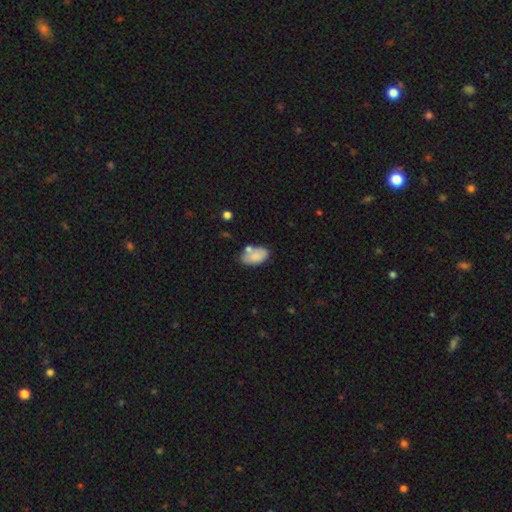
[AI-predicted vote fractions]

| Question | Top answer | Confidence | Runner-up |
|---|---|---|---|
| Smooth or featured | smooth | 82% | featured or disk (11%) |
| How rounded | in between | 93% | round (5%) |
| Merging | none | 61% | minor disturbance (20%) |